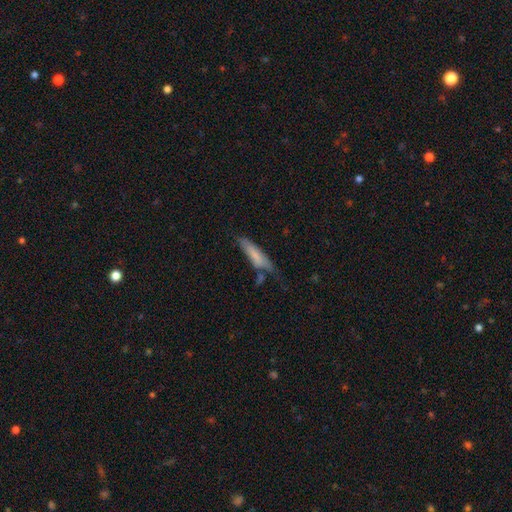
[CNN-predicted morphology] Smooth or featured? smooth (70%)
How rounded? cigar-shaped (74%)
Merging? none (49%)